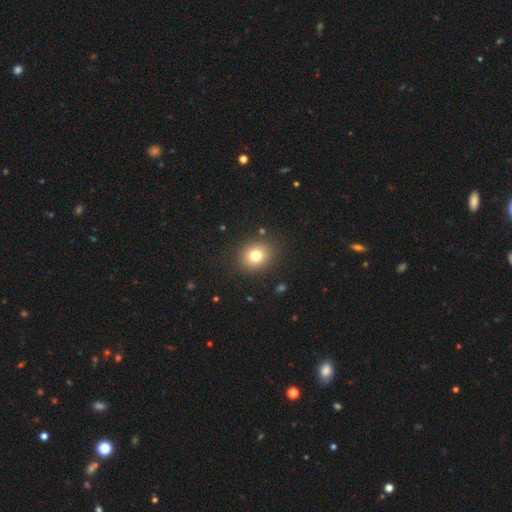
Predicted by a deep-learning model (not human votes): Smooth or featured? Predicted: smooth (p=0.77). How rounded? Predicted: round (p=0.71). Merging? Predicted: none (p=0.88).